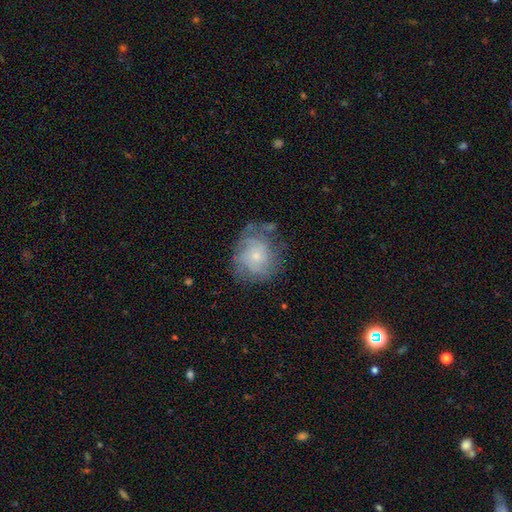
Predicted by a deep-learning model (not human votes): This appears to be a featured or disk galaxy (61%) with no bar (82%), spiral arms (80%) and a small central bulge (73%). Merging: none (60%).